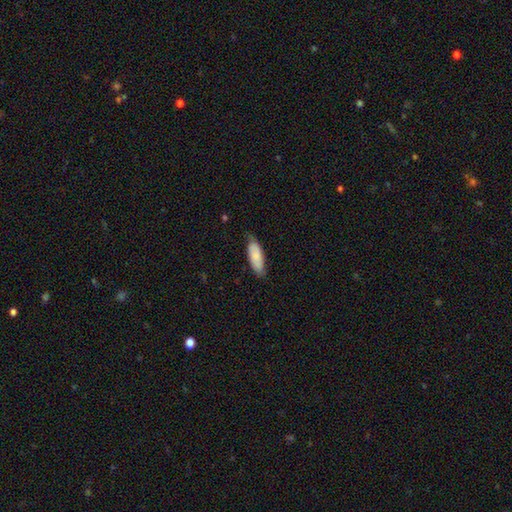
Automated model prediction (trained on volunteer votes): smooth 78%, featured or disk 16%, star or artifact 6%. Down the decision tree: how rounded — in between (68%); merging — none (70%).